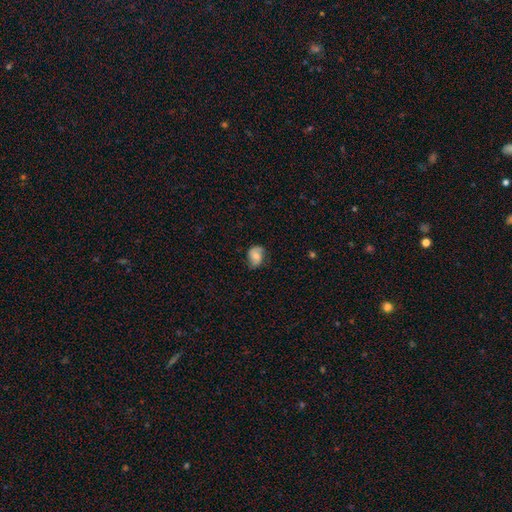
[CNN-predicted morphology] smooth 52%, featured or disk 40%, star or artifact 8%. Down the decision tree: how rounded — in between (65%); merging — none (63%).